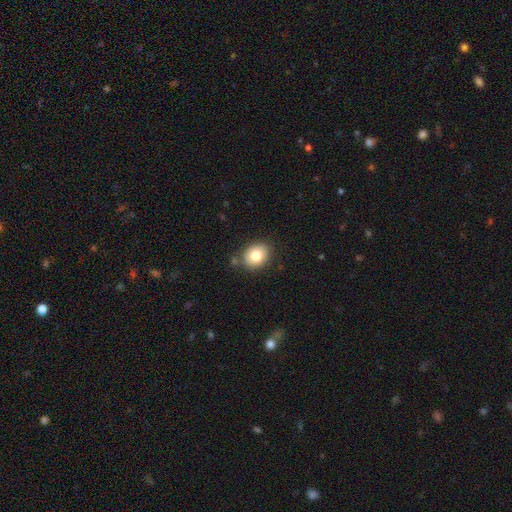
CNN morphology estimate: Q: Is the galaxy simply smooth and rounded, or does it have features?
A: smooth — 81%.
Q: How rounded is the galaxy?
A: in between — 51%.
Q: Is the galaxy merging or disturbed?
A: none — 82%.